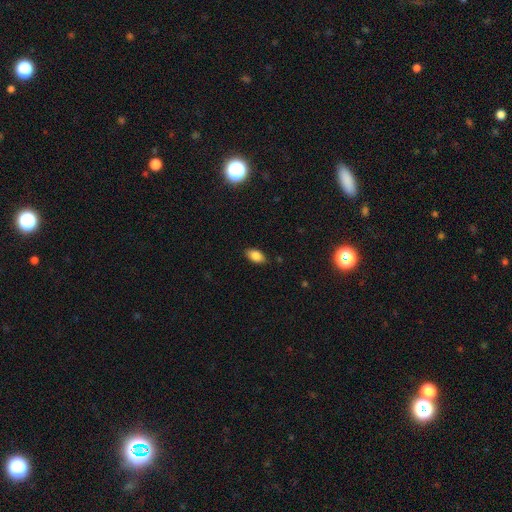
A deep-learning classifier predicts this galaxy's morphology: Smooth or featured: smooth — 84% (star or artifact — 9%)
How rounded: in between — 92% (round — 5%)
Merging: none — 85% (minor disturbance — 11%)